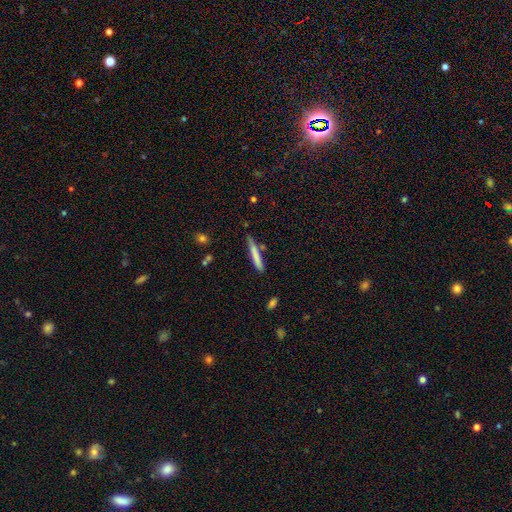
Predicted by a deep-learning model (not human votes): Smooth or featured?
  - smooth: 74% *
  - featured or disk: 20%
  - star or artifact: 6%
How rounded?
  - cigar-shaped: 94% *
  - in between: 5%
  - round: 1%
Merging?
  - none: 73% *
  - minor disturbance: 18%
  - merger: 5%
  - major disturbance: 4%